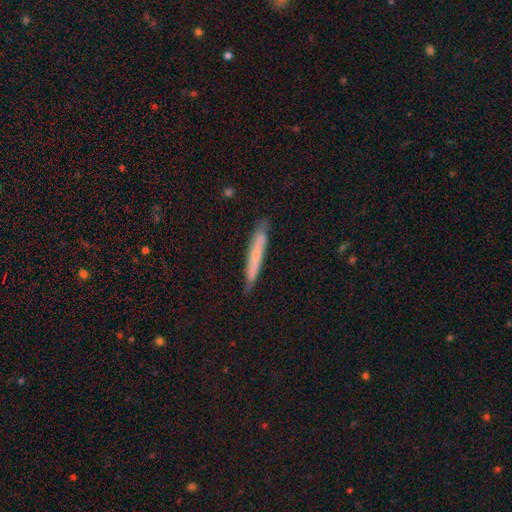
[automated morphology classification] A smooth galaxy with no disk features (62%) that is cigar-shaped (96%).

Vote fractions:
- Smooth or featured? smooth: 62% / featured or disk: 32% / star or artifact: 7%
- How rounded? cigar-shaped: 96% / in between: 3% / round: 1%
- Merging? none: 82% / minor disturbance: 14% / major disturbance: 2% / merger: 1%